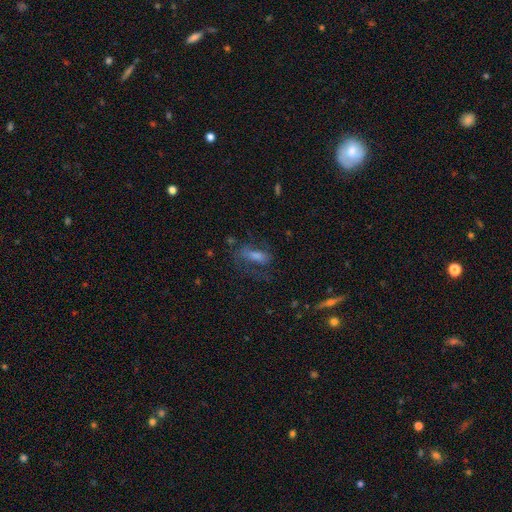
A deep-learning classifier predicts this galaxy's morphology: This is marginally a featured or disk galaxy (44%). Merging: possibly none (54%).